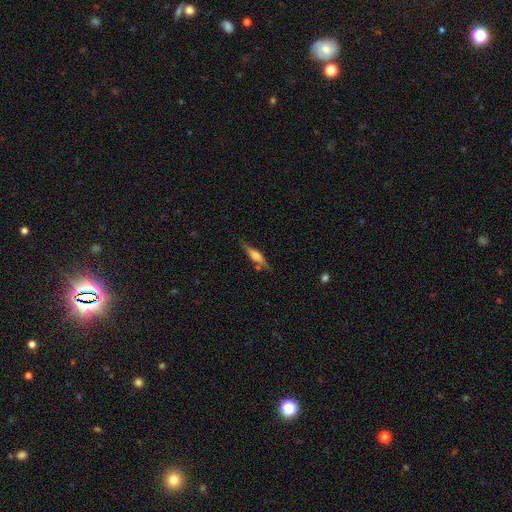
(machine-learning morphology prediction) A featured or disk galaxy (67%) viewed edge-on (96%) with a rounded central bulge (74%).

Vote fractions:
- Smooth or featured? featured or disk: 67% / smooth: 26% / star or artifact: 7%
- Edge-on disk? yes: 96% / no: 4%
- Edge-on bulge? rounded: 74% / boxy: 22% / none: 5%
- Merging? none: 80% / minor disturbance: 13% / merger: 4% / major disturbance: 3%